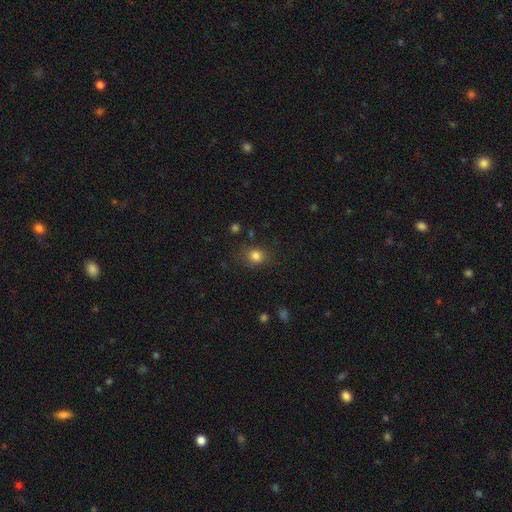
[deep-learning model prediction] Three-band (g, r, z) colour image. It shows a smooth galaxy with no disk features (81%) that is round (67%). Merging: none (77%).